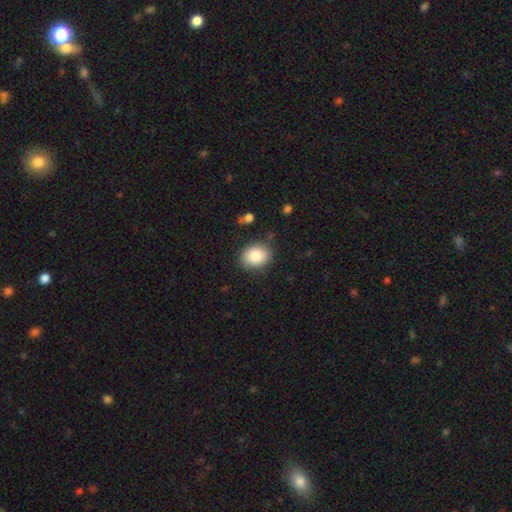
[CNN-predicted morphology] Smooth or featured? Predicted: smooth (p=0.85). How rounded? Predicted: in between (p=0.53). Merging? Predicted: none (p=0.84).